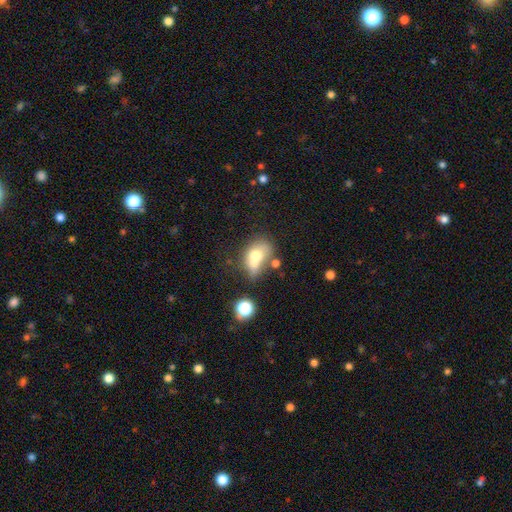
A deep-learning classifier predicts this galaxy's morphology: Smooth or featured: smooth — 63% (featured or disk — 25%)
How rounded: in between — 63% (round — 35%)
Merging: merger — 54% (none — 23%)